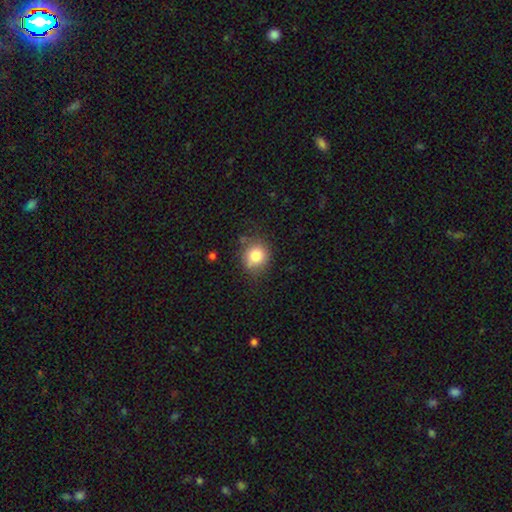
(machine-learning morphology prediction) Overall: smooth (82%). How rounded: round (79%). Merging: none (72%).